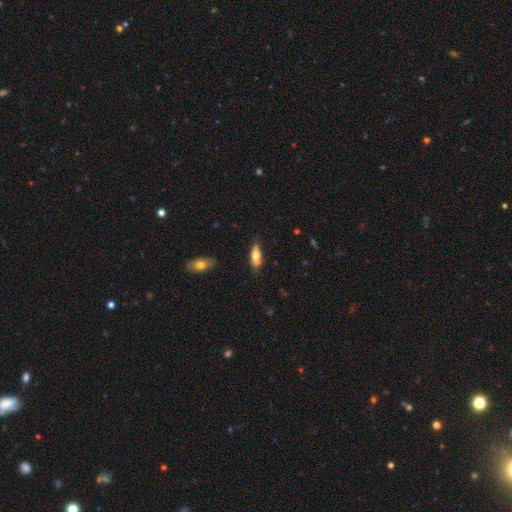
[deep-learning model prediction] A smooth galaxy with no disk features (70%) that is in between round and cigar-shaped (69%).

Vote fractions:
- Smooth or featured? smooth: 70% / featured or disk: 24% / star or artifact: 6%
- How rounded? in between: 69% / cigar-shaped: 29% / round: 2%
- Merging? none: 74% / minor disturbance: 20% / major disturbance: 4% / merger: 2%